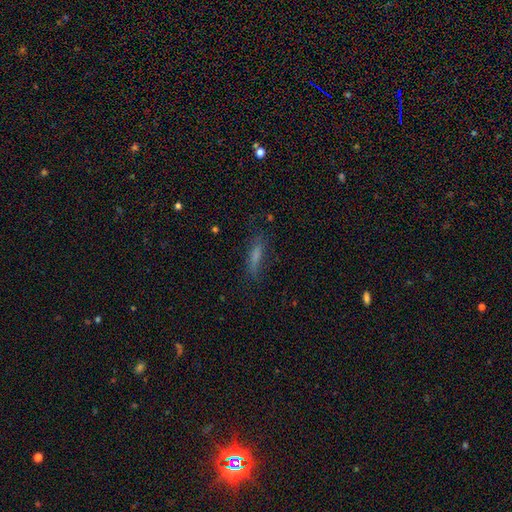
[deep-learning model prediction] smooth-or-featured: smooth: 63% | featured or disk: 23% | star or artifact: 14%
  how-rounded: cigar-shaped: 77% | in between: 21% | round: 2%
  merging: none: 72% | minor disturbance: 19% | major disturbance: 7% | merger: 2%